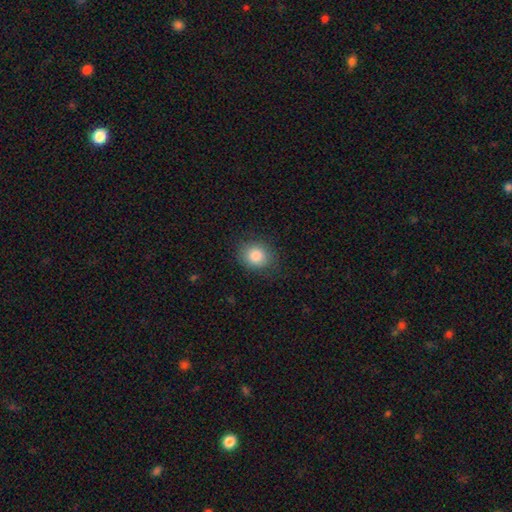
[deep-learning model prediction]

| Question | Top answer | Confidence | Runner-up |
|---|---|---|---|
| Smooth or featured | smooth | 84% | star or artifact (9%) |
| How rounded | round | 72% | in between (27%) |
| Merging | none | 83% | minor disturbance (12%) |